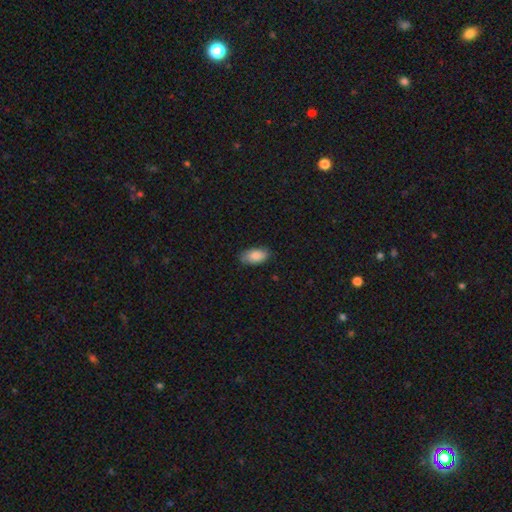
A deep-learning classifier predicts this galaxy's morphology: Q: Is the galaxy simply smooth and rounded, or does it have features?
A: smooth — 87%.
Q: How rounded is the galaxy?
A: in between — 93%.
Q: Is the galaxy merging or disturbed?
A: none — 81%.